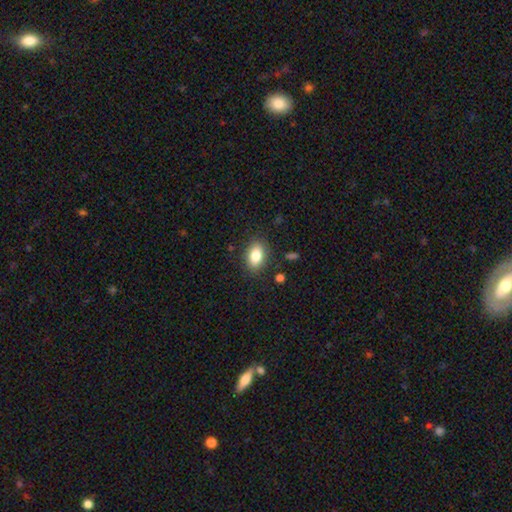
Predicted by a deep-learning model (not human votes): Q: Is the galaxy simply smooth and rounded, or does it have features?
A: smooth — 83%.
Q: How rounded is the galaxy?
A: in between — 86%.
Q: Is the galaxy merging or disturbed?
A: none — 85%.